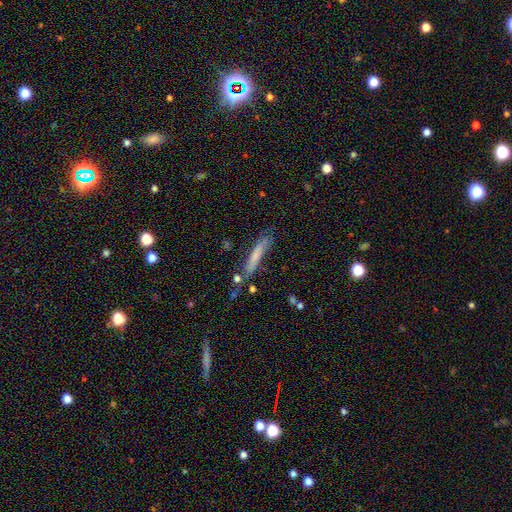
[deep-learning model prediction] Smooth or featured? Predicted: smooth (p=0.63). How rounded? Predicted: cigar-shaped (p=0.93). Merging? Predicted: none (p=0.68).